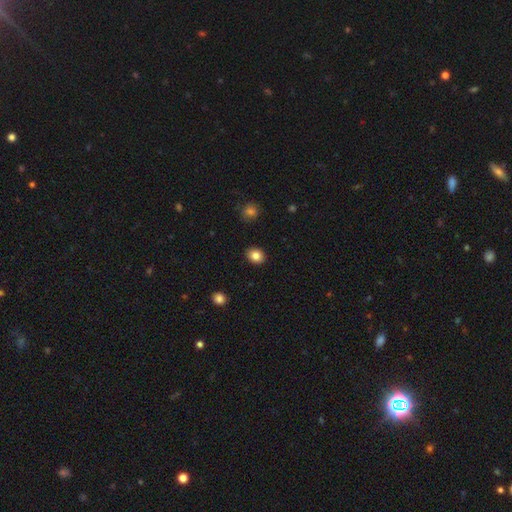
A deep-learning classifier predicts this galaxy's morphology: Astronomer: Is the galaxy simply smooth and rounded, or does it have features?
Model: smooth — 84%.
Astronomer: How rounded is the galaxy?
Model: round — 54% (runner-up: in between, 45%).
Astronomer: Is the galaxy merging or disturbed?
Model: none — 90%.